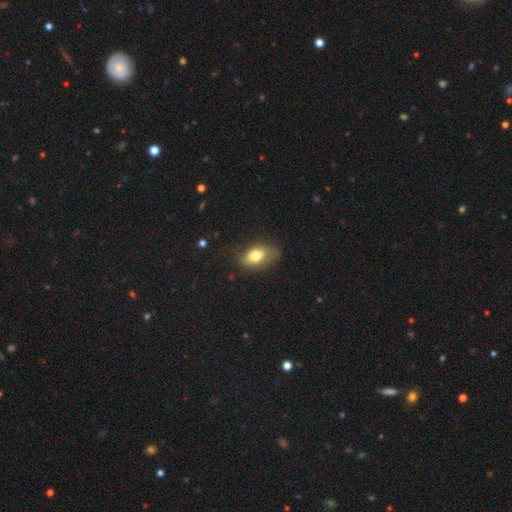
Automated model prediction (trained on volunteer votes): Smooth or featured? Predicted: smooth (p=0.73). How rounded? Predicted: in between (p=0.89). Merging? Predicted: none (p=0.55).